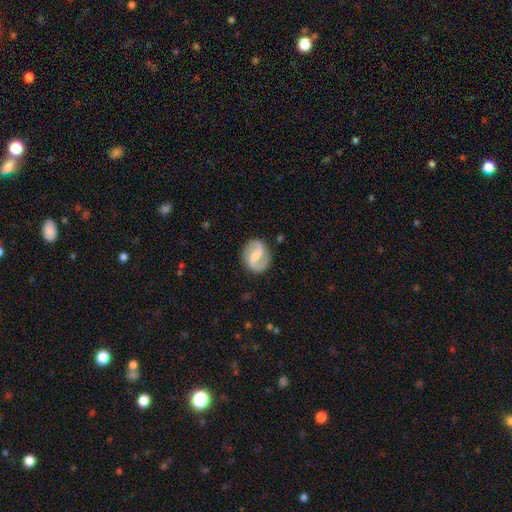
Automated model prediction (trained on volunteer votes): A featured or disk galaxy (78%) with a weak bar (44%), 2 (91%) medium (42%) spiral arms (92%) and a small central bulge (41%).

Vote fractions:
- Smooth or featured? featured or disk: 78% / smooth: 17% / star or artifact: 5%
- Edge-on disk? no: 98% / yes: 2%
- Bar? weak: 44% / strong: 40% / no: 16%
- Spiral arms? yes: 92% / no: 8%
- Spiral winding? medium: 42% / loose: 41% / tight: 17%
- Spiral arm count? 2: 91% / can't tell: 3% / 1: 3% / 3: 1% / 4: 1% / more than 4: 1%
- Bulge size? small: 41% / moderate: 39% / none: 14% / large: 5% / dominant: 1%
- Merging? none: 84% / minor disturbance: 11% / major disturbance: 4% / merger: 1%